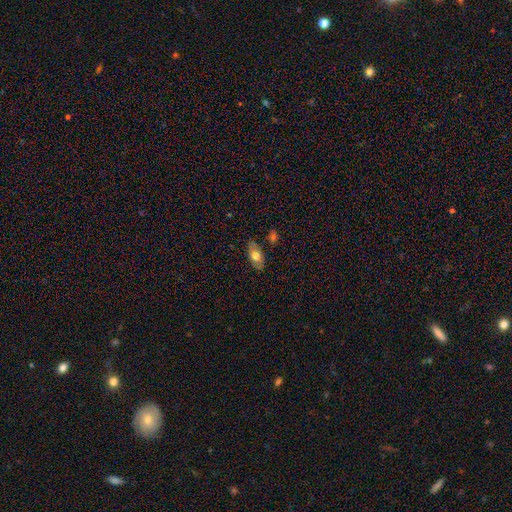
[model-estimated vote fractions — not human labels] A smooth galaxy with no disk features (66%) that is in between round and cigar-shaped (89%).

Vote fractions:
- Smooth or featured? smooth: 66% / featured or disk: 27% / star or artifact: 7%
- How rounded? in between: 89% / round: 5% / cigar-shaped: 5%
- Merging? none: 78% / minor disturbance: 15% / merger: 4% / major disturbance: 3%